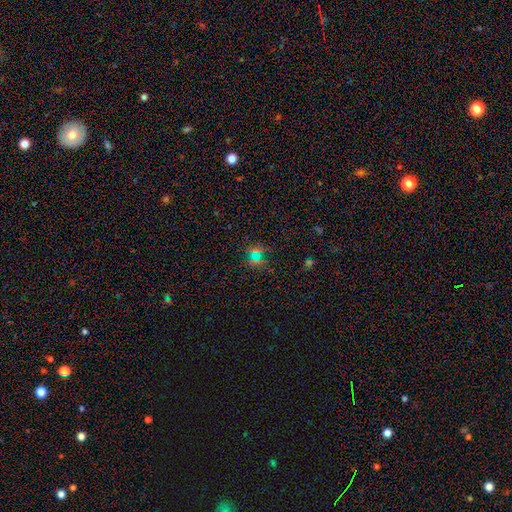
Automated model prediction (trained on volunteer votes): Q: Smooth or featured?
A: star or artifact (48%); runner-up: smooth (42%)